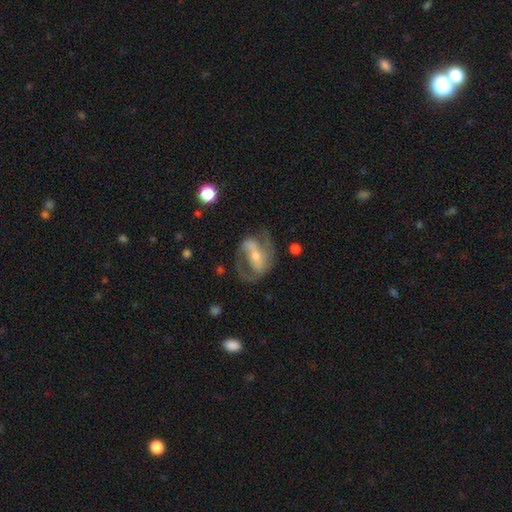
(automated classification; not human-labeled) A featured or disk galaxy (80%) with a strong bar (46%), 2 (81%) medium (51%) spiral arms (85%) and a moderate central bulge (48%). Merging: none (59%).